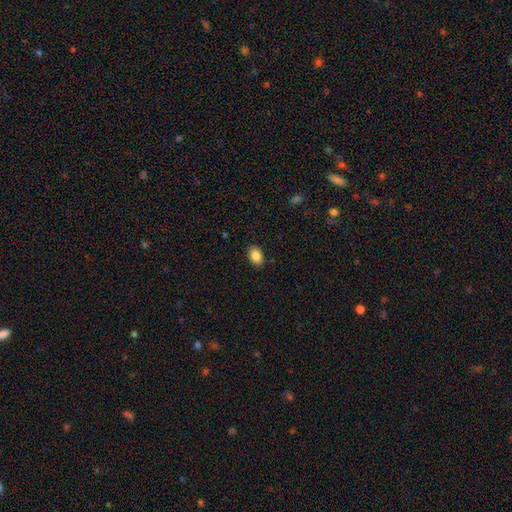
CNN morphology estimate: A smooth galaxy with no disk features (87%) that is in between round and cigar-shaped (86%). Merging: none (89%).